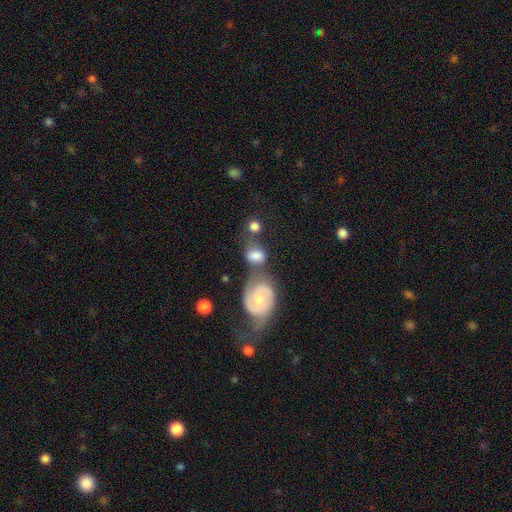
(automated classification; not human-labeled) Smooth or featured: smooth — 60% (featured or disk — 31%)
How rounded: in between — 63% (round — 35%)
Merging: none — 38% (merger — 36%)